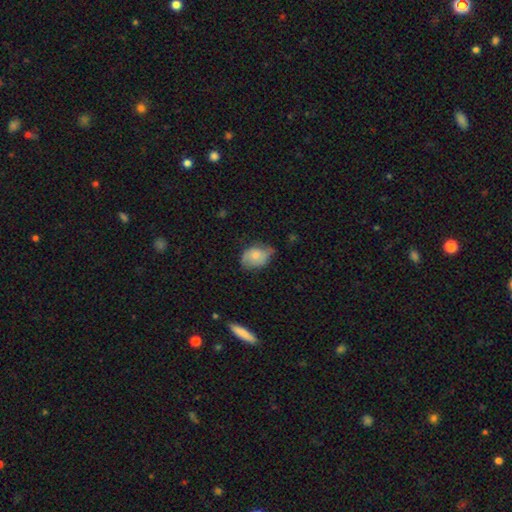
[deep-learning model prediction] This is likely a smooth galaxy (65%). How rounded: likely in between (70%). Merging: possibly none (48%).